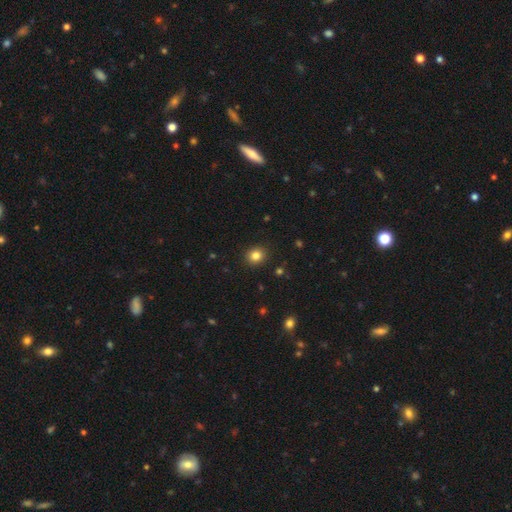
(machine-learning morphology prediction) Overall: smooth (83%). How rounded: round (81%). Merging: none (91%).